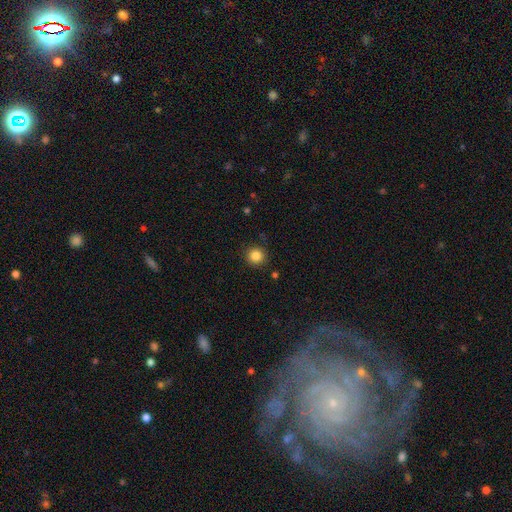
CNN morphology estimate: The model was most divided on "smooth or featured": smooth: 85%, star or artifact: 11%, featured or disk: 4%. More confident: how rounded — round (94%); merging — none (90%).